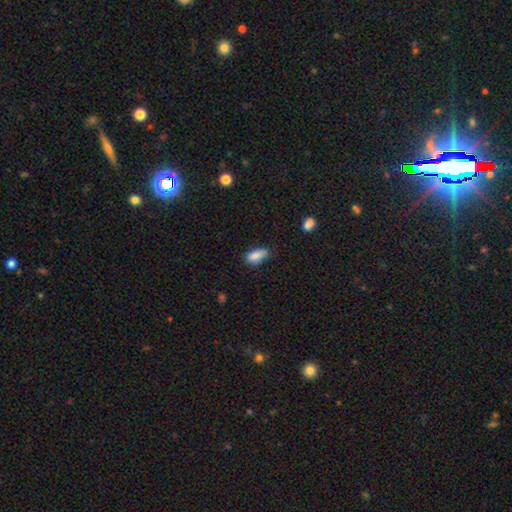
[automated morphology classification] smooth_or_featured: smooth (p=0.86) [alt: star or artifact p=0.08]
how_rounded: in between (p=0.88) [alt: cigar-shaped p=0.08]
merging: none (p=0.66) [alt: minor disturbance p=0.28]